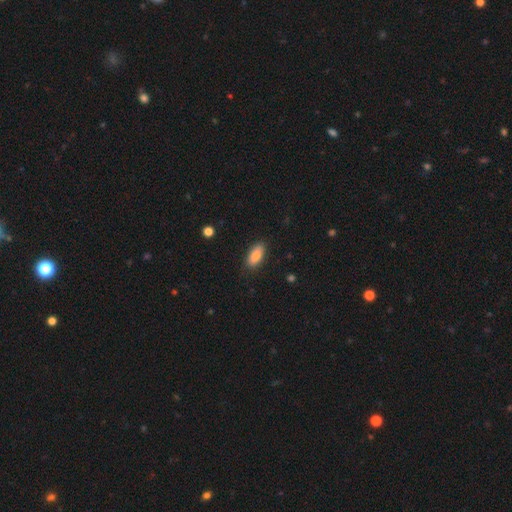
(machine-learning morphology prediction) smooth 84%, featured or disk 10%, star or artifact 7%. Down the decision tree: how rounded — in between (83%); merging — none (86%).